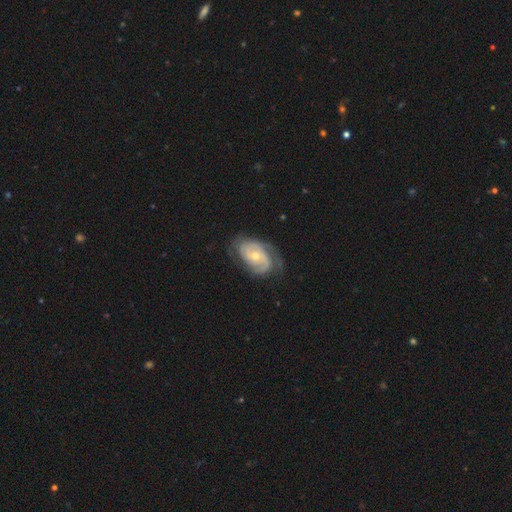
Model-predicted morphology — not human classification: smooth_or_featured: featured or disk (p=0.84) [alt: smooth p=0.11]
disk_edge_on: no (p=0.97) [alt: yes p=0.03]
bar: no (p=0.69) [alt: weak p=0.26]
has_spiral_arms: yes (p=0.94) [alt: no p=0.06]
spiral_winding: tight (p=0.54) [alt: medium p=0.35]
spiral_arm_count: 2 (p=0.55) [alt: can't tell p=0.20]
bulge_size: moderate (p=0.49) [alt: small p=0.48]
merging: none (p=0.66) [alt: minor disturbance p=0.22]